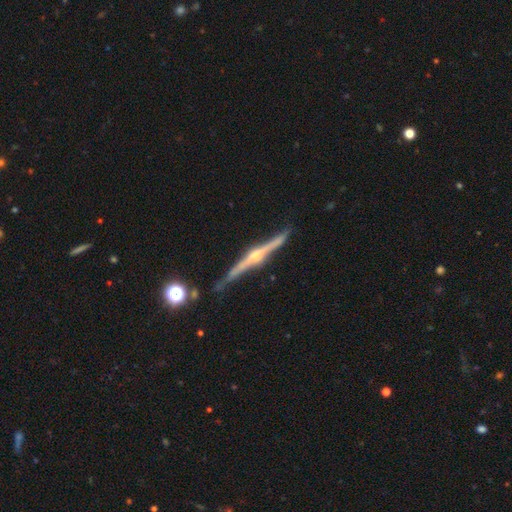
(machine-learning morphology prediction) Q: Smooth or featured?
A: featured or disk (88%); runner-up: smooth (7%)
Q: Edge-on disk?
A: yes (98%); runner-up: no (2%)
Q: Edge-on bulge?
A: rounded (91%); runner-up: boxy (5%)
Q: Merging?
A: none (80%); runner-up: minor disturbance (14%)